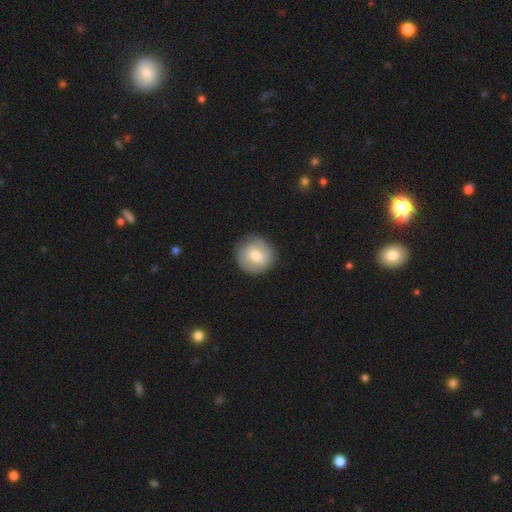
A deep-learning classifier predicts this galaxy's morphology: Smooth or featured? Predicted: smooth (p=0.66). How rounded? Predicted: round (p=0.93). Merging? Predicted: none (p=0.86).